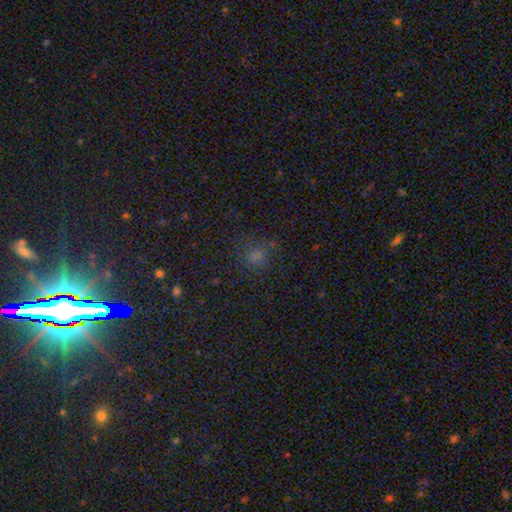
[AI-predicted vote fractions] Smooth or featured? smooth (68%)
How rounded? round (84%)
Merging? none (74%)